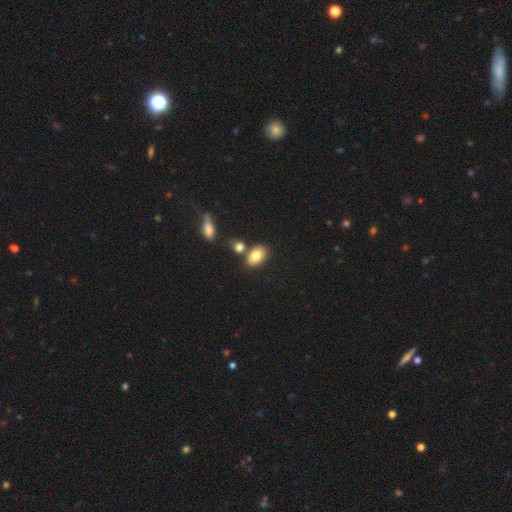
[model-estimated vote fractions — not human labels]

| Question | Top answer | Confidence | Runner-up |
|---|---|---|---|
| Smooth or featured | smooth | 79% | featured or disk (12%) |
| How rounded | in between | 85% | round (14%) |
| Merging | none | 66% | merger (19%) |